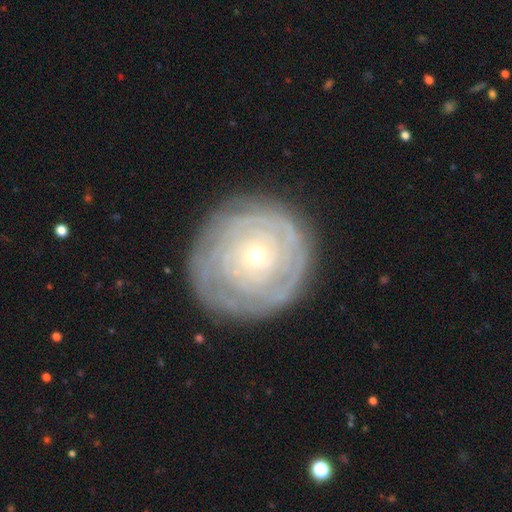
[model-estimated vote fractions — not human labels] The model was most divided on "spiral arm count": can't tell: 54%, 2: 11%, 3: 10%, 4: 10%, more than 4: 8%, 1: 6%. More confident: edge-on disk — no (96%); bar — no (87%); spiral winding — tight (87%); merging — none (82%); bulge size — small (79%); spiral arms — yes (75%); smooth or featured — featured or disk (72%).